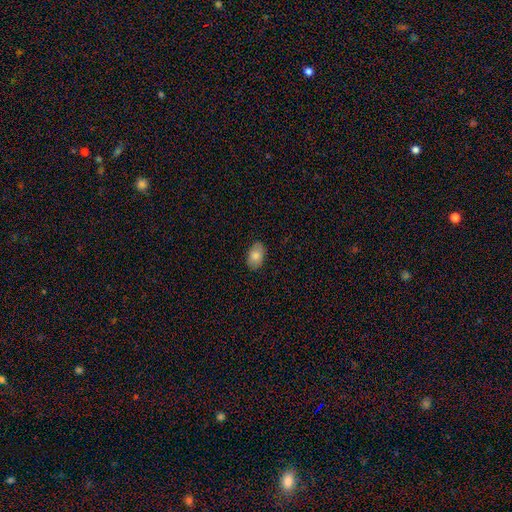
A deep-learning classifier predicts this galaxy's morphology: A smooth galaxy with no disk features (82%) that is in between round and cigar-shaped (91%). Merging: none (86%).